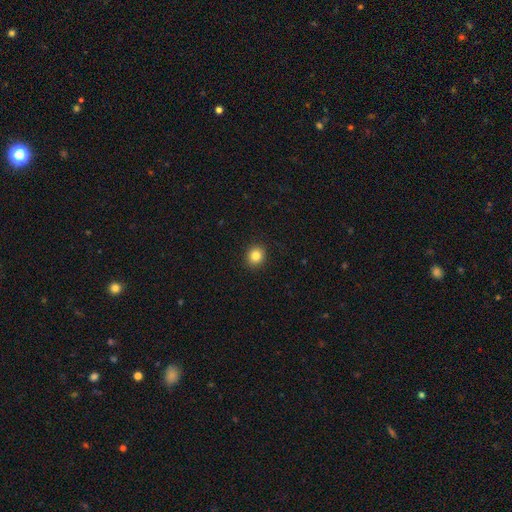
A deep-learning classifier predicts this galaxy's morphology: This appears to be a smooth galaxy with no disk features (83%) that is round (83%). Merging: none (91%).